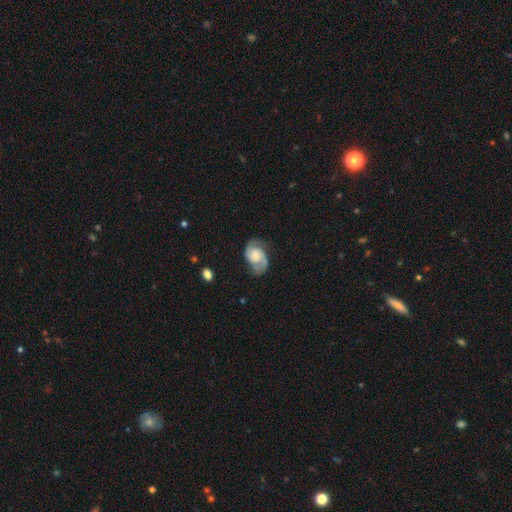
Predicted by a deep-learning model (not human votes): smooth_or_featured: featured or disk (p=0.82) [alt: smooth p=0.13]
disk_edge_on: no (p=0.98) [alt: yes p=0.02]
bar: no (p=0.67) [alt: weak p=0.28]
has_spiral_arms: yes (p=0.96) [alt: no p=0.04]
spiral_winding: medium (p=0.48) [alt: tight p=0.34]
spiral_arm_count: 2 (p=0.88) [alt: can't tell p=0.05]
bulge_size: moderate (p=0.44) [alt: small p=0.34]
merging: none (p=0.67) [alt: minor disturbance p=0.21]